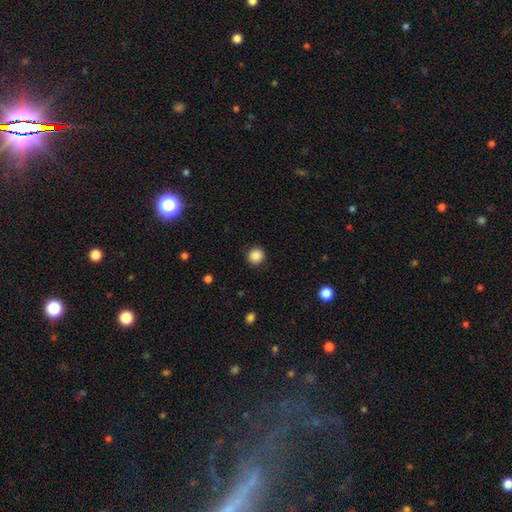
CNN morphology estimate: Overall: smooth (87%). How rounded: round (92%). Merging: none (91%).